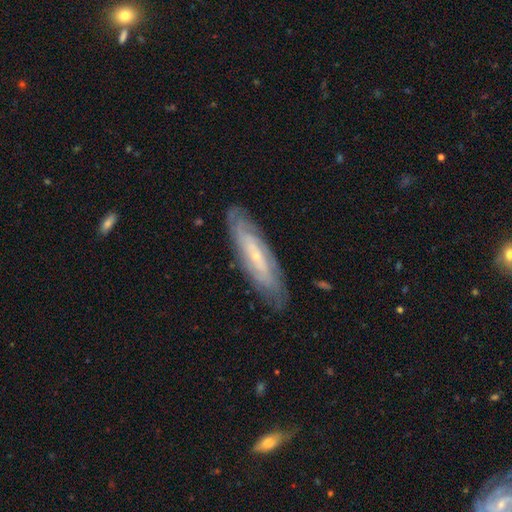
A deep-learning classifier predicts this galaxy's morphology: Smooth or featured?
  - featured or disk: 72% *
  - smooth: 22%
  - star or artifact: 7%
Edge-on disk?
  - no: 66% *
  - yes: 34%
Merging?
  - none: 82% *
  - minor disturbance: 14%
  - major disturbance: 3%
  - merger: 1%